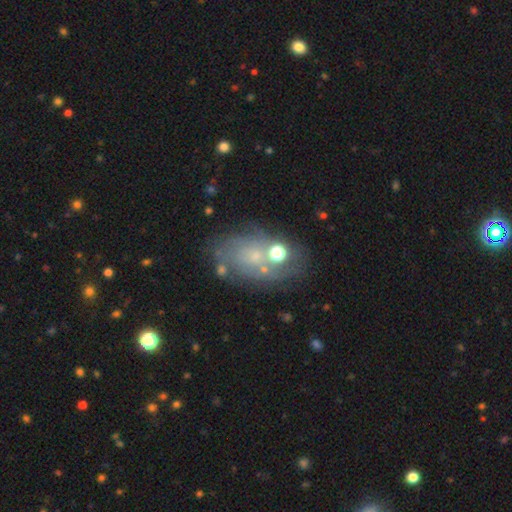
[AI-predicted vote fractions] Q: Smooth or featured?
A: featured or disk (55%); runner-up: smooth (30%)
Q: Edge-on disk?
A: no (95%); runner-up: yes (5%)
Q: Bar?
A: no (81%); runner-up: weak (16%)
Q: Spiral arms?
A: yes (66%); runner-up: no (34%)
Q: Bulge size?
A: small (66%); runner-up: moderate (19%)
Q: Merging?
A: none (63%); runner-up: minor disturbance (19%)